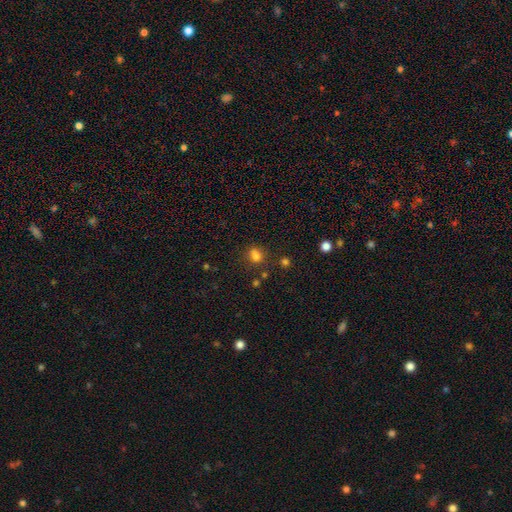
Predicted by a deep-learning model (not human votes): A smooth galaxy with no disk features (75%) that is round (56%).

Vote fractions:
- Smooth or featured? smooth: 75% / star or artifact: 18% / featured or disk: 7%
- How rounded? round: 56% / in between: 42% / cigar-shaped: 2%
- Merging? none: 65% / minor disturbance: 16% / merger: 14% / major disturbance: 6%